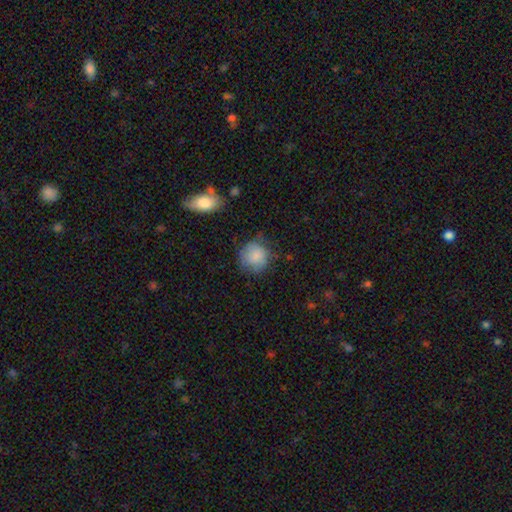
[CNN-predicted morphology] A smooth galaxy with no disk features (82%) that is round (87%).

Vote fractions:
- Smooth or featured? smooth: 82% / featured or disk: 10% / star or artifact: 8%
- How rounded? round: 87% / in between: 12% / cigar-shaped: 1%
- Merging? none: 65% / minor disturbance: 25% / major disturbance: 8% / merger: 2%